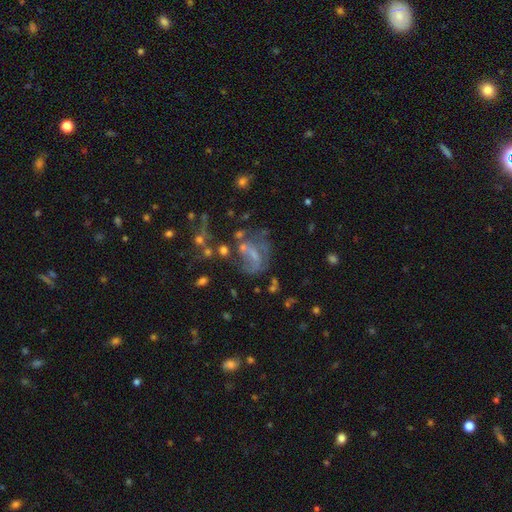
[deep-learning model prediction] Overall: featured or disk (54%; smooth 23%). Edge-on disk: no (96%). Bar: no (45%; weak 37%). Spiral arms: yes (53%; no 47%). Bulge size: none (39%; small 37%). Merging: major disturbance (36%; none 34%).